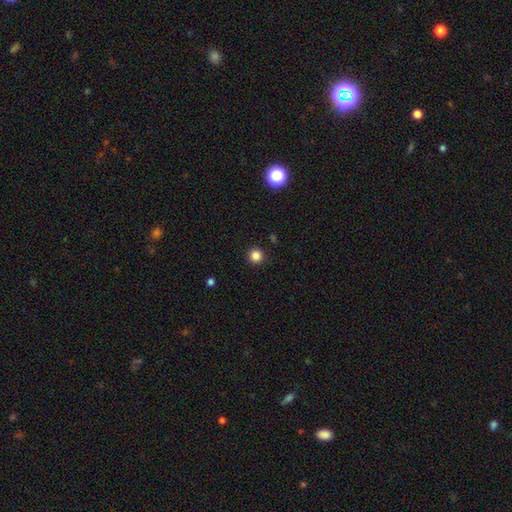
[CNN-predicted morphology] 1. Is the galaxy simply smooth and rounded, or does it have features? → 85% smooth, 12% star or artifact, 3% featured or disk.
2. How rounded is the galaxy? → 95% round, 4% in between, 1% cigar-shaped.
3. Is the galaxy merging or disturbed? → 92% none, 5% minor disturbance, 2% major disturbance, 1% merger.